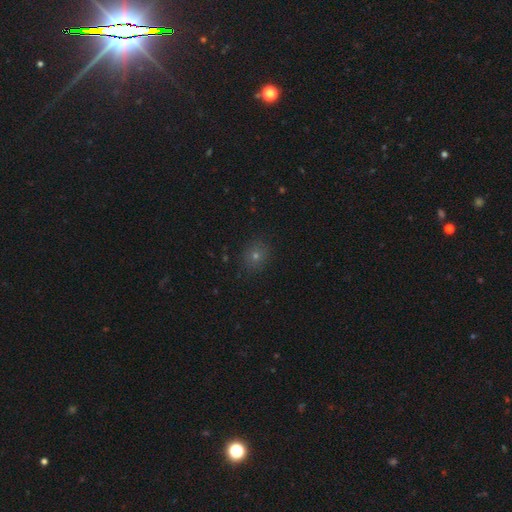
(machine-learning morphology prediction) A smooth galaxy with no disk features (66%) that is round (78%).

Vote fractions:
- Smooth or featured? smooth: 66% / star or artifact: 25% / featured or disk: 9%
- How rounded? round: 78% / in between: 21% / cigar-shaped: 1%
- Merging? none: 88% / minor disturbance: 9% / major disturbance: 2% / merger: 1%